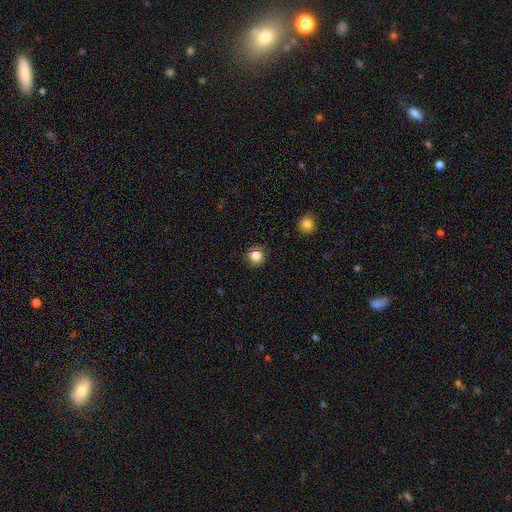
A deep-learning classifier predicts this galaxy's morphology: The model was most divided on "smooth or featured": smooth: 83%, star or artifact: 11%, featured or disk: 5%. More confident: how rounded — round (94%); merging — none (91%).